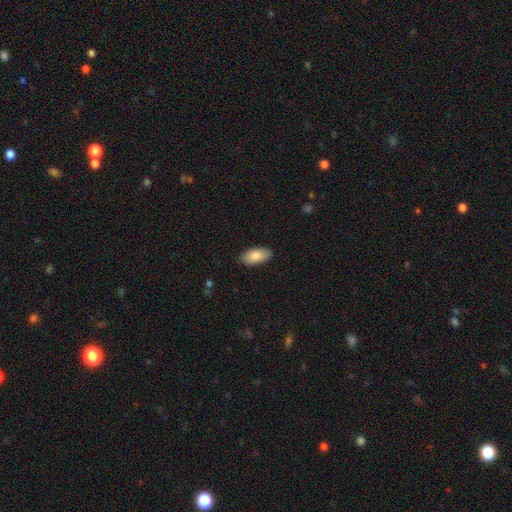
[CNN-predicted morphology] Smooth or featured?
  - smooth: 86% *
  - featured or disk: 8%
  - star or artifact: 6%
How rounded?
  - in between: 93% *
  - cigar-shaped: 5%
  - round: 2%
Merging?
  - none: 87% *
  - minor disturbance: 10%
  - major disturbance: 2%
  - merger: 1%